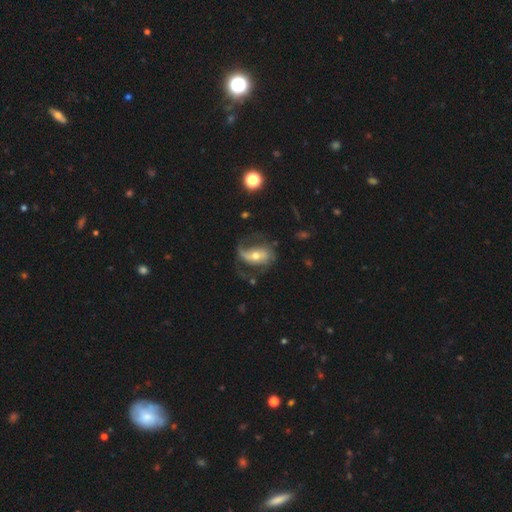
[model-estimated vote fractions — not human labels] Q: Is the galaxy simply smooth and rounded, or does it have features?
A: featured or disk — 72%.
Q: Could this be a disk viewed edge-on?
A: no — 95%.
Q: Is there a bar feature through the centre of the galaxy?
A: no — 39%.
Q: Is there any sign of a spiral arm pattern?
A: yes — 86%.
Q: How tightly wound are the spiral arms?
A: loose — 51%.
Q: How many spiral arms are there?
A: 2 — 60%.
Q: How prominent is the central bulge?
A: moderate — 60%.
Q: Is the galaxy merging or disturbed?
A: none — 47%.